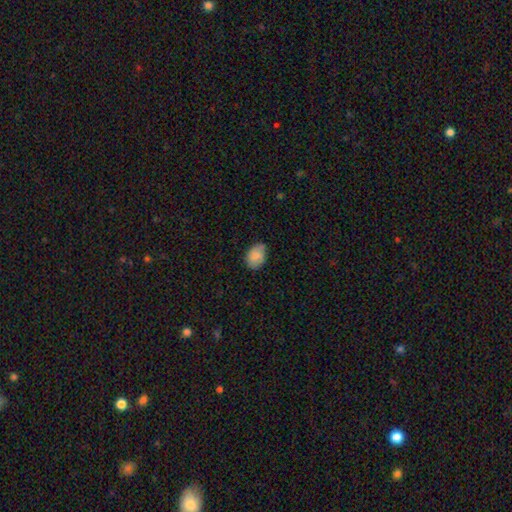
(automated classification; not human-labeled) Smooth or featured? Predicted: smooth (p=0.78). How rounded? Predicted: in between (p=0.80). Merging? Predicted: none (p=0.69).